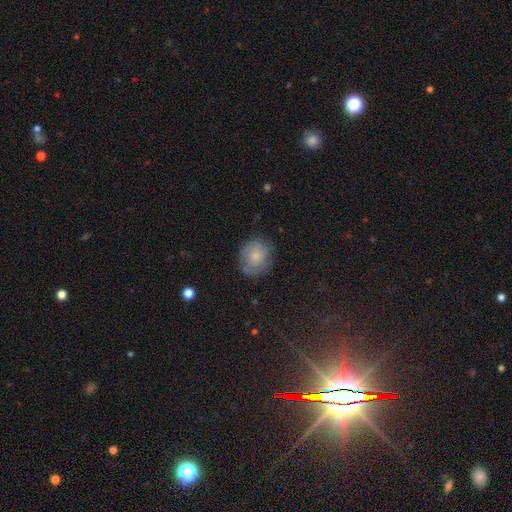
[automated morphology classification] Smooth or featured? Predicted: smooth (p=0.67). How rounded? Predicted: round (p=0.73). Merging? Predicted: none (p=0.73).